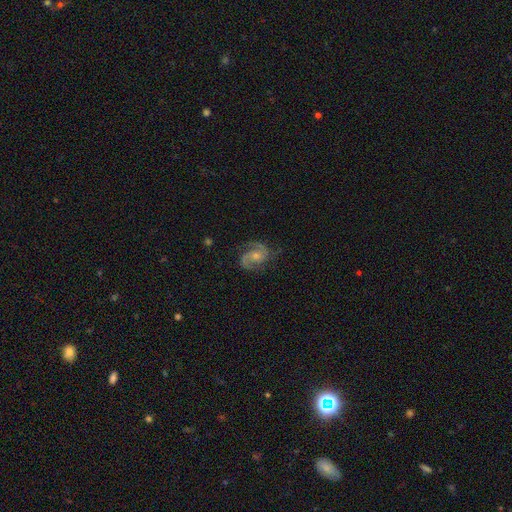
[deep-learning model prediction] This appears to be a featured or disk galaxy (88%) with no bar (58%), 2 (84%) medium (58%) spiral arms (98%) and a small central bulge (49%). Merging: none (77%).